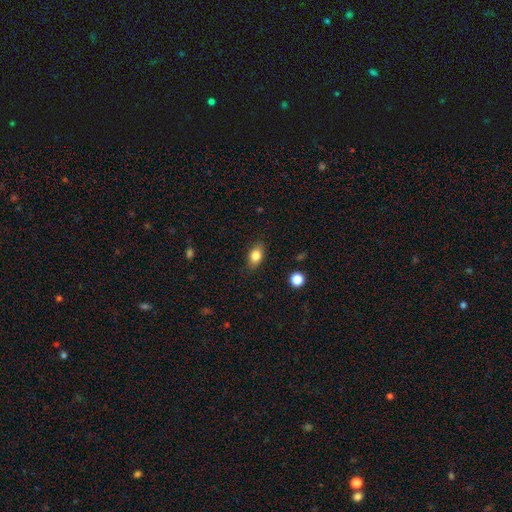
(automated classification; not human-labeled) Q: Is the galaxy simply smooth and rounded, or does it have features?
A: smooth — 81%.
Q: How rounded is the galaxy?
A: in between — 83%.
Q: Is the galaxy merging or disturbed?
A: none — 84%.